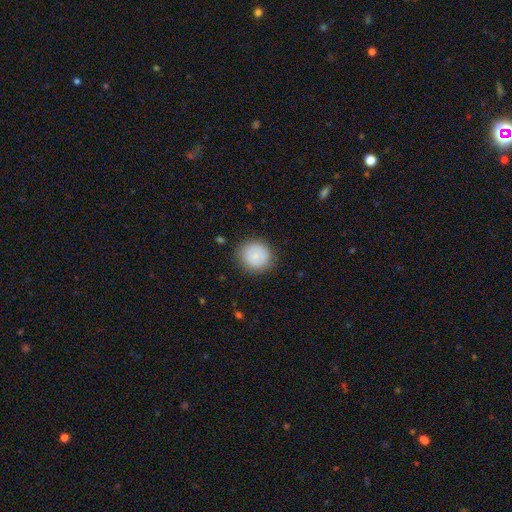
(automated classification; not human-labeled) smooth_or_featured: smooth (p=0.80) [alt: featured or disk p=0.12]
how_rounded: round (p=0.91) [alt: in between p=0.08]
merging: none (p=0.85) [alt: minor disturbance p=0.11]